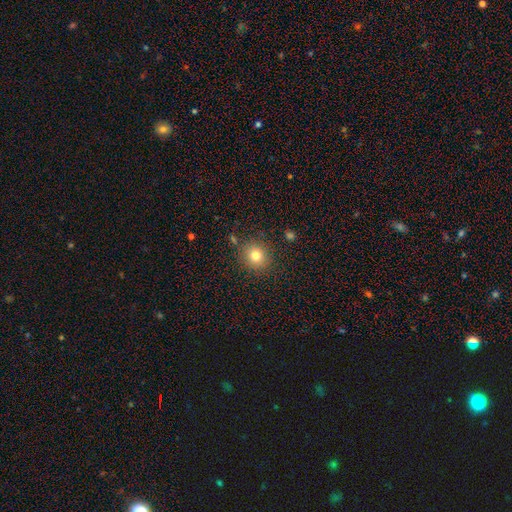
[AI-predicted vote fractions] Overall: smooth (79%). How rounded: round (84%). Merging: none (85%).